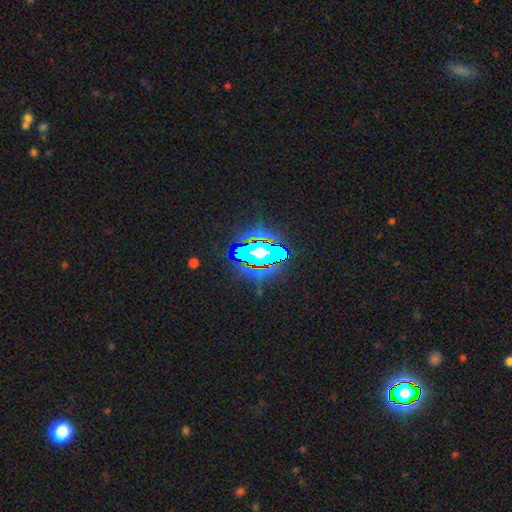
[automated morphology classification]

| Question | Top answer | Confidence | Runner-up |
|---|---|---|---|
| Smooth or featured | star or artifact | 75% | featured or disk (14%) |